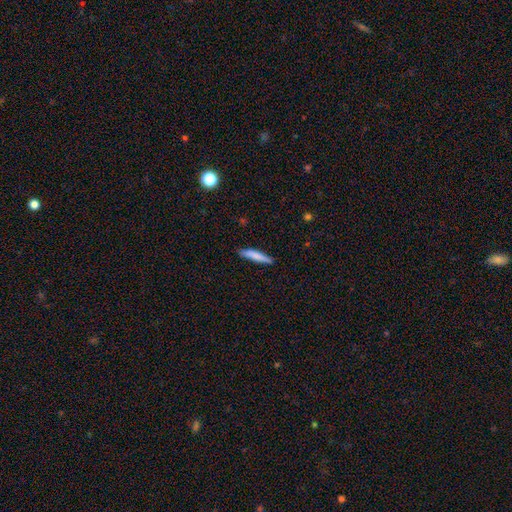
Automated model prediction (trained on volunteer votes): Overall: smooth (77%). How rounded: cigar-shaped (90%). Merging: none (86%).